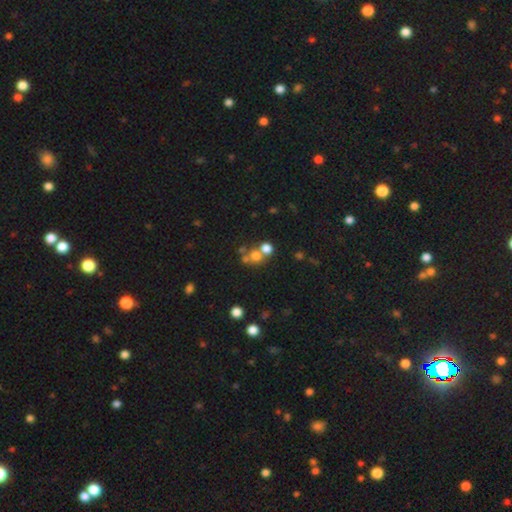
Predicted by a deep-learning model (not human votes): Overall: smooth (64%). How rounded: round (82%). Merging: none (48%; merger 39%).